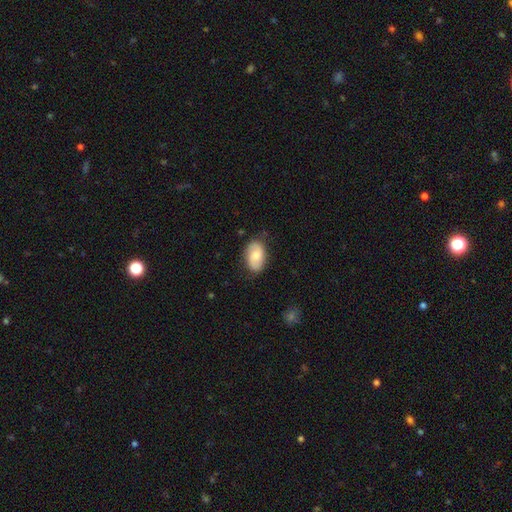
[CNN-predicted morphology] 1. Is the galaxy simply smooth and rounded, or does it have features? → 64% smooth, 30% featured or disk, 6% star or artifact.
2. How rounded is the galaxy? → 91% in between, 7% round, 1% cigar-shaped.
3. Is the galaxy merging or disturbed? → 79% none, 17% minor disturbance, 3% major disturbance, 1% merger.